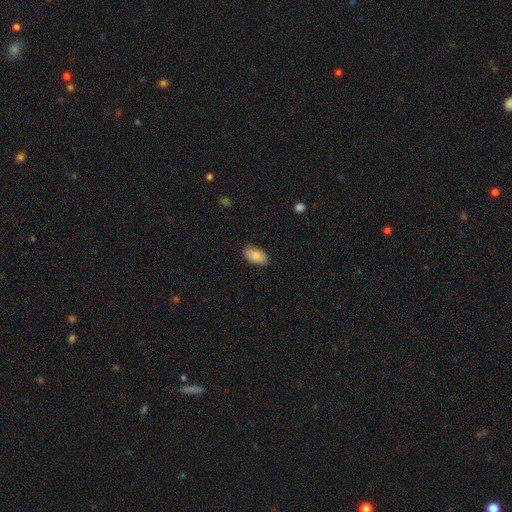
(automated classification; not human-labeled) Smooth or featured: smooth — 88% (star or artifact — 6%)
How rounded: in between — 95% (round — 3%)
Merging: none — 88% (minor disturbance — 9%)